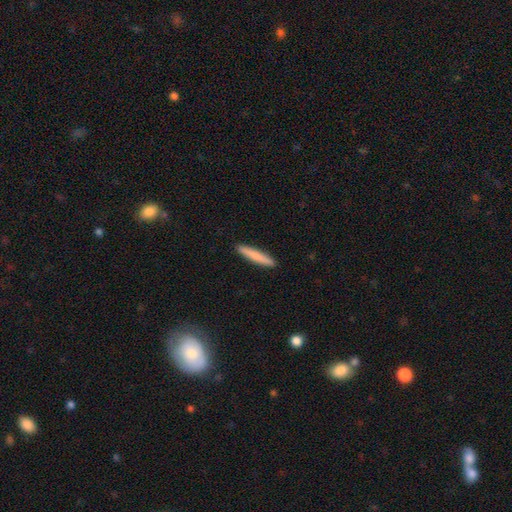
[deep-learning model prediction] Smooth or featured: smooth — 80% (featured or disk — 15%)
How rounded: cigar-shaped — 94% (in between — 4%)
Merging: none — 92% (minor disturbance — 5%)